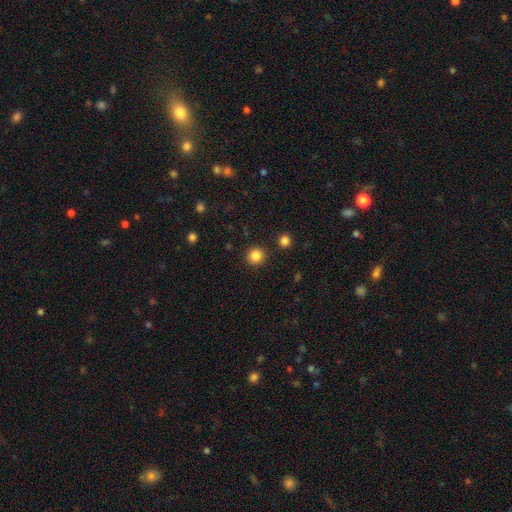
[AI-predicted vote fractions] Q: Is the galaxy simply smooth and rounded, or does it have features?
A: smooth — 85%.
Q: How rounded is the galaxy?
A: round — 94%.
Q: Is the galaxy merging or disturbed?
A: none — 91%.